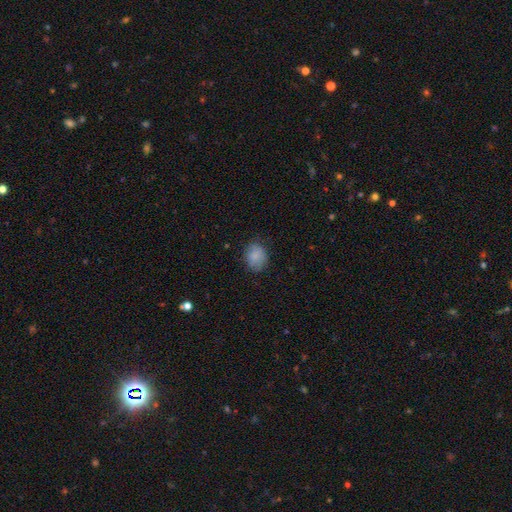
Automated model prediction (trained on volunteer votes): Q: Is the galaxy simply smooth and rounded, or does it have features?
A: smooth — 83%.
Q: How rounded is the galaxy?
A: round — 51%.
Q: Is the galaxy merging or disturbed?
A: none — 74%.